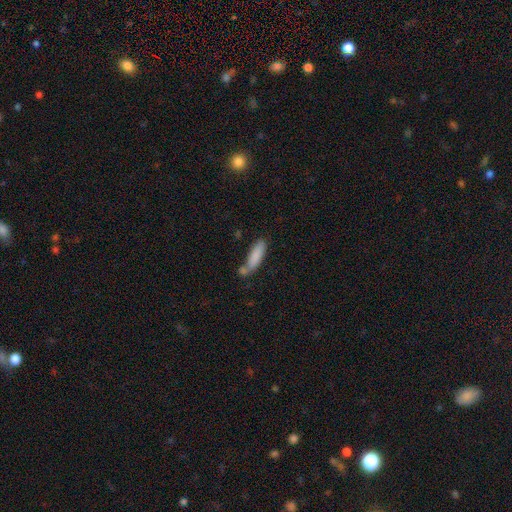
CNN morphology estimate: A smooth galaxy with no disk features (83%) that is cigar-shaped (58%).

Vote fractions:
- Smooth or featured? smooth: 83% / featured or disk: 10% / star or artifact: 7%
- How rounded? cigar-shaped: 58% / in between: 41% / round: 2%
- Merging? none: 49% / merger: 26% / minor disturbance: 18% / major disturbance: 6%